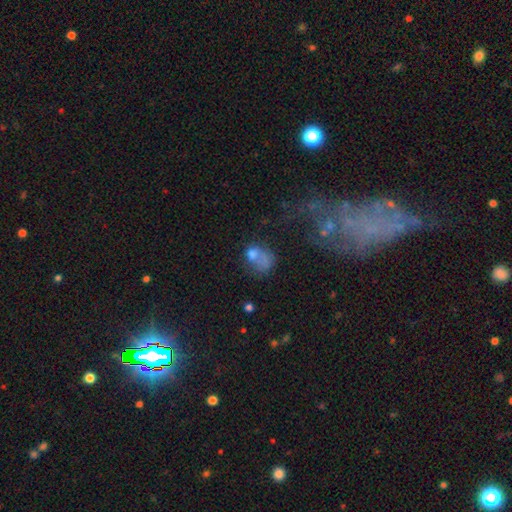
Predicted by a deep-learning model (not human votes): A smooth galaxy with no disk features (62%) that is in between round and cigar-shaped (59%).

Vote fractions:
- Smooth or featured? smooth: 62% / featured or disk: 23% / star or artifact: 15%
- How rounded? in between: 59% / round: 39% / cigar-shaped: 2%
- Merging? major disturbance: 29% / none: 27% / merger: 25% / minor disturbance: 19%